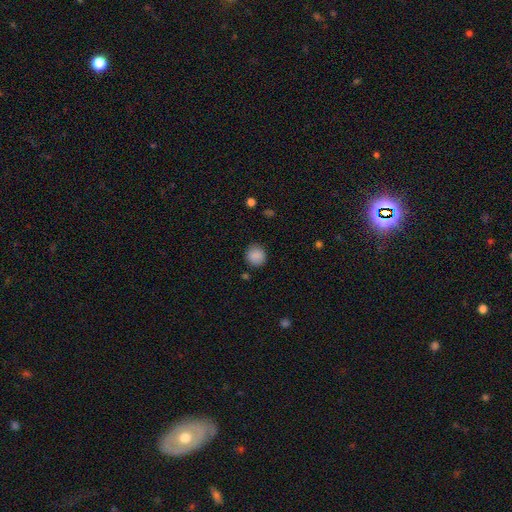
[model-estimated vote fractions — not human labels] A smooth galaxy with no disk features (88%) that is round (89%).

Vote fractions:
- Smooth or featured? smooth: 88% / star or artifact: 9% / featured or disk: 3%
- How rounded? round: 89% / in between: 10% / cigar-shaped: 1%
- Merging? none: 87% / minor disturbance: 9% / major disturbance: 3% / merger: 1%